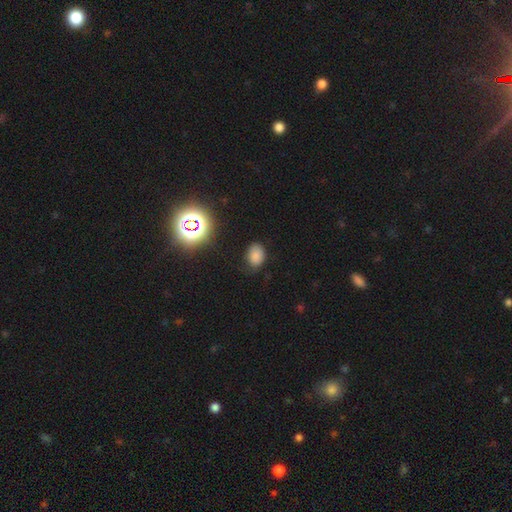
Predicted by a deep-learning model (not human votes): smooth_or_featured: smooth (p=0.76) [alt: star or artifact p=0.17]
how_rounded: in between (p=0.74) [alt: round p=0.25]
merging: none (p=0.69) [alt: minor disturbance p=0.23]